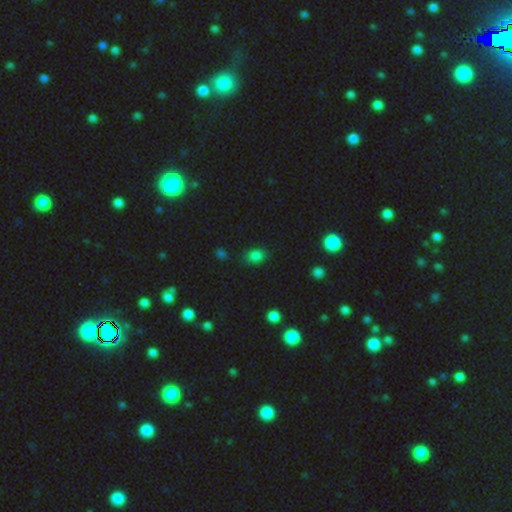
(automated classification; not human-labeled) This is likely a smooth galaxy (80%). How rounded: likely in between (67%). Merging: likely none (80%).